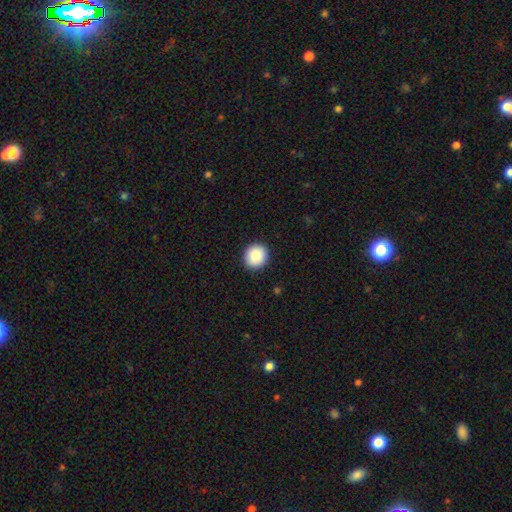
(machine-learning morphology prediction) This appears to be a smooth galaxy with no disk features (89%) that is round (86%). Merging: none (91%).